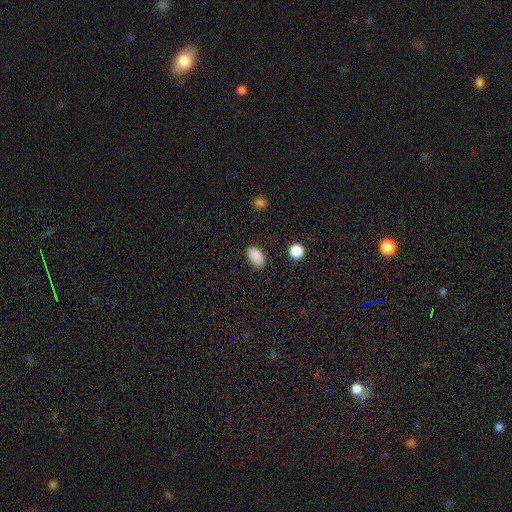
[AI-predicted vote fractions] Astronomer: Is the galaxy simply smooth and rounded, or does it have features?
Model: smooth — 88%.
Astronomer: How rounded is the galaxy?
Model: in between — 92%.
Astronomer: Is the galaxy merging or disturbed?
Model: none — 81%.